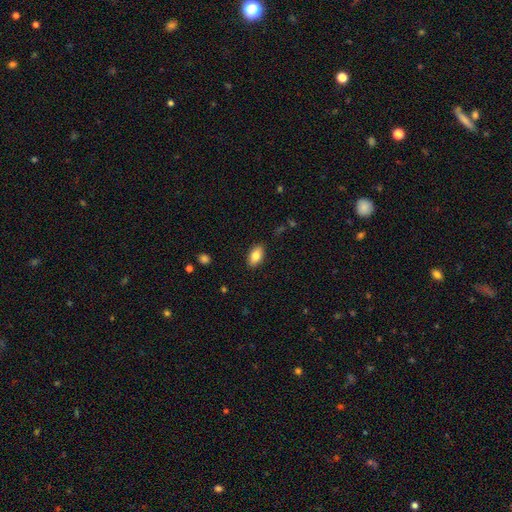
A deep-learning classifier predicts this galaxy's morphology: smooth_or_featured: smooth (p=0.83) [alt: featured or disk p=0.10]
how_rounded: in between (p=0.91) [alt: round p=0.04]
merging: none (p=0.87) [alt: minor disturbance p=0.09]